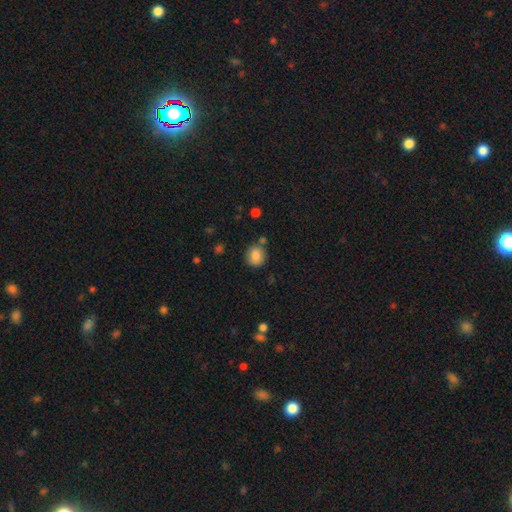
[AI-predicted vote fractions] The model was most divided on "merging": none: 76%, minor disturbance: 13%, merger: 8%, major disturbance: 3%. More confident: smooth or featured — smooth (85%); how rounded — round (82%).